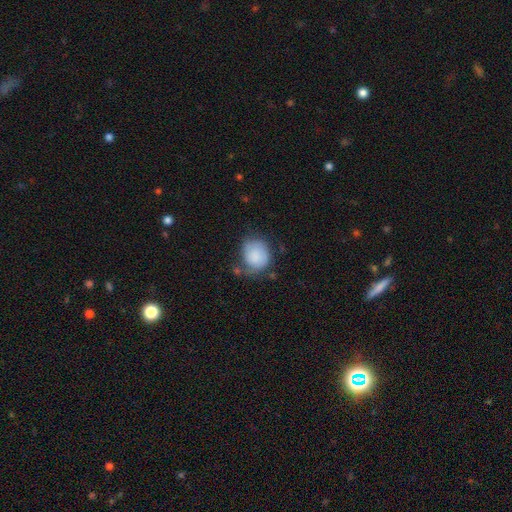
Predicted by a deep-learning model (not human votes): smooth_or_featured: smooth (p=0.78) [alt: featured or disk p=0.15]
how_rounded: round (p=0.66) [alt: in between p=0.33]
merging: none (p=0.41) [alt: minor disturbance p=0.34]